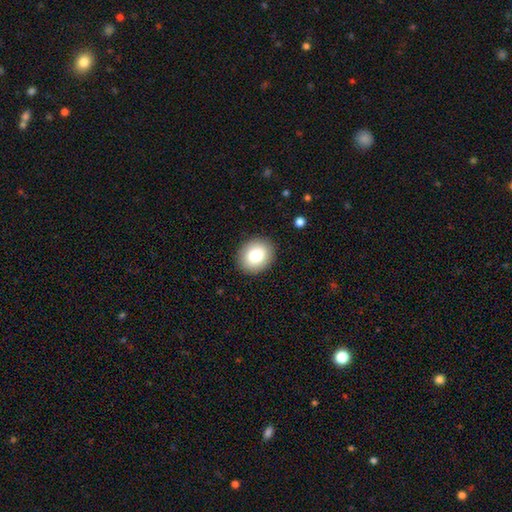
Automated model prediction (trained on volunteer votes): smooth 80%, featured or disk 11%, star or artifact 8%. Down the decision tree: how rounded — round (63%); merging — none (90%).